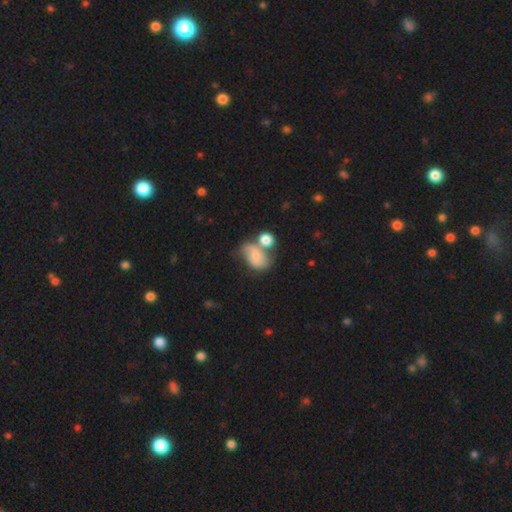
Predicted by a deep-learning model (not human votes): smooth 55%, featured or disk 36%, star or artifact 9%. Down the decision tree: how rounded — in between (74%); merging — merger (44%).